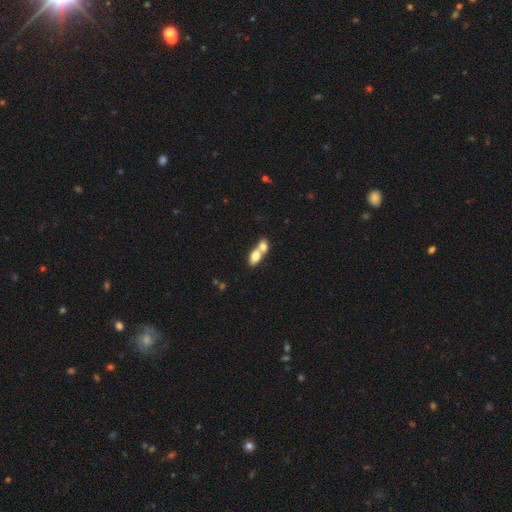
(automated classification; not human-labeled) This is likely a smooth galaxy (73%). How rounded: clearly in between (81%). Merging: likely merger (74%).